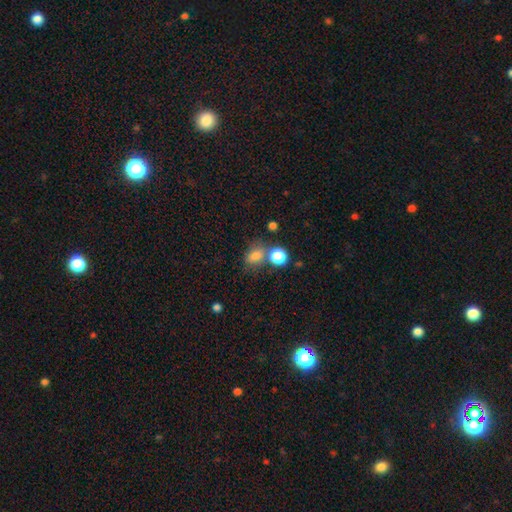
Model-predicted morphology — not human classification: A smooth galaxy with no disk features (78%) that is in between round and cigar-shaped (64%). Merging: none (55%).